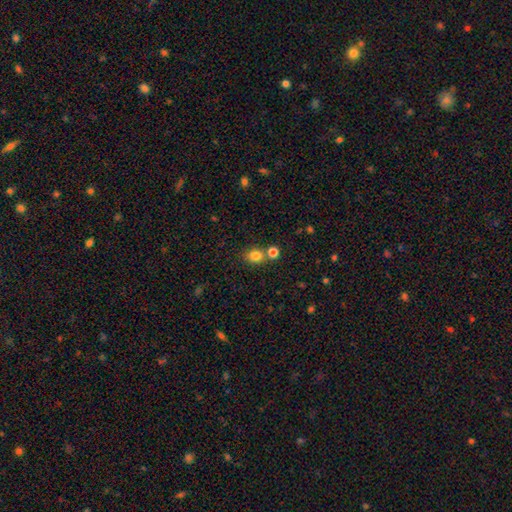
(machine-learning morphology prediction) Overall: smooth (82%). How rounded: round (65%; in between 34%). Merging: none (67%).